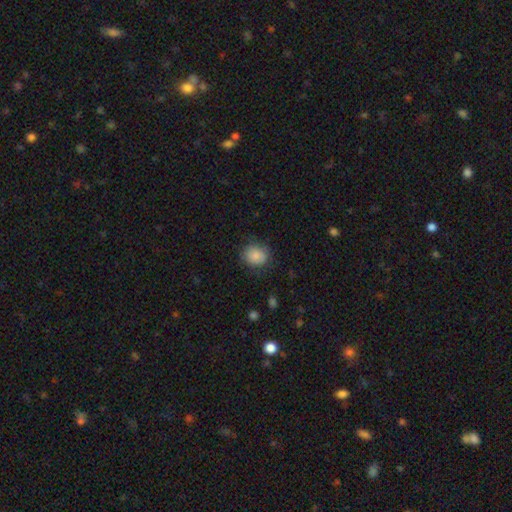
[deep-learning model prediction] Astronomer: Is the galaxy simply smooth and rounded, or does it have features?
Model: smooth — 85%.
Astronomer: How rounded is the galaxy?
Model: round — 72%.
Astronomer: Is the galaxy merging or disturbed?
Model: none — 77%.